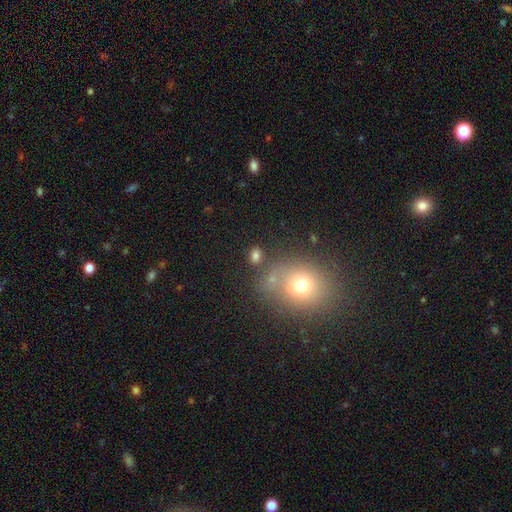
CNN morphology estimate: smooth_or_featured: smooth (p=0.76) [alt: star or artifact p=0.16]
how_rounded: in between (p=0.56) [alt: round p=0.42]
merging: none (p=0.74) [alt: minor disturbance p=0.11]